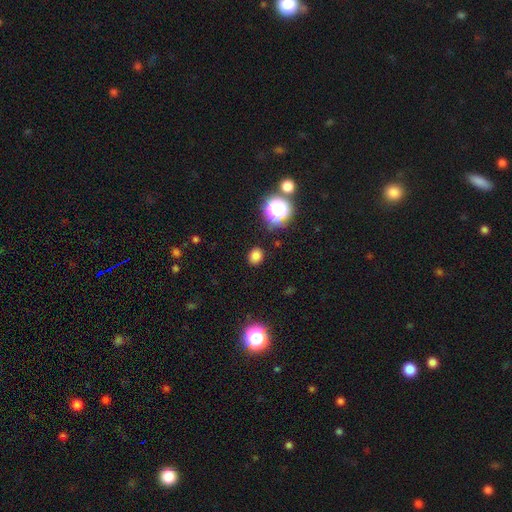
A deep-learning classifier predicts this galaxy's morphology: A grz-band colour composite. It shows a smooth galaxy with no disk features (78%) that is round (57%). Merging: none (87%).